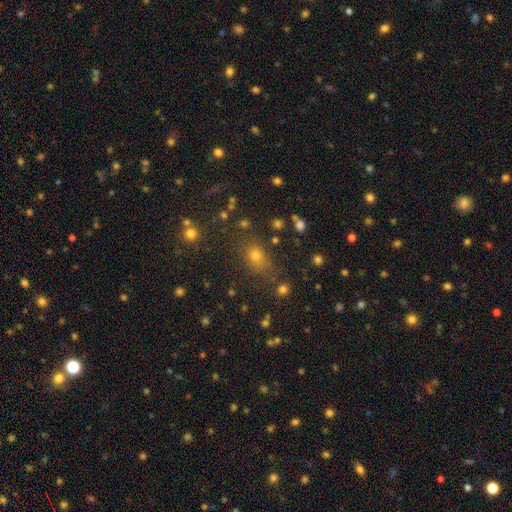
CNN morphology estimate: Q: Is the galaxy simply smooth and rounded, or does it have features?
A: smooth — 63%.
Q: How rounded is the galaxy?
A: in between — 52%.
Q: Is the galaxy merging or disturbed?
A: none — 73%.